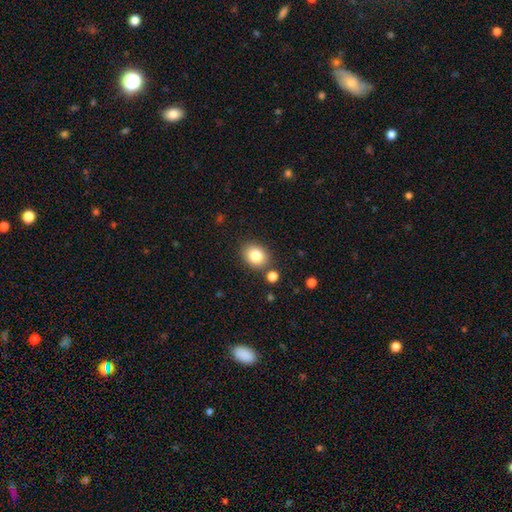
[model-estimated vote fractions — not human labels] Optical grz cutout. It shows a smooth galaxy with no disk features (82%) that is round (51%). Merging: none (82%).